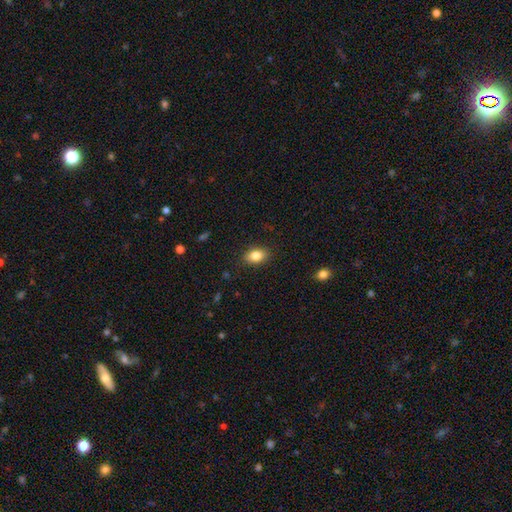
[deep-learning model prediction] Smooth or featured: smooth — 83% (star or artifact — 9%)
How rounded: in between — 82% (round — 16%)
Merging: none — 87% (minor disturbance — 9%)